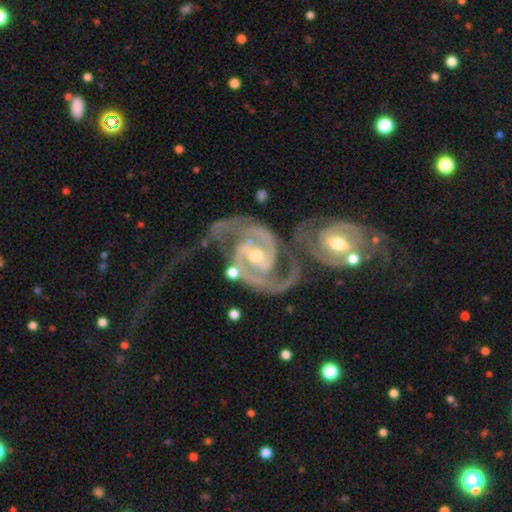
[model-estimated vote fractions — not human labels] A featured or disk galaxy (93%) with a weak bar (39%), 2 (84%) medium (45%) spiral arms (98%) and a moderate central bulge (56%).

Vote fractions:
- Smooth or featured? featured or disk: 93% / star or artifact: 4% / smooth: 3%
- Edge-on disk? no: 98% / yes: 2%
- Bar? weak: 39% / no: 35% / strong: 26%
- Spiral arms? yes: 98% / no: 2%
- Spiral winding? medium: 45% / tight: 42% / loose: 14%
- Spiral arm count? 2: 84% / can't tell: 5% / 3: 4% / 1: 3% / 4: 2% / more than 4: 2%
- Bulge size? moderate: 56% / small: 39% / large: 3% / none: 1% / dominant: 1%
- Merging? merger: 52% / major disturbance: 19% / none: 18% / minor disturbance: 11%